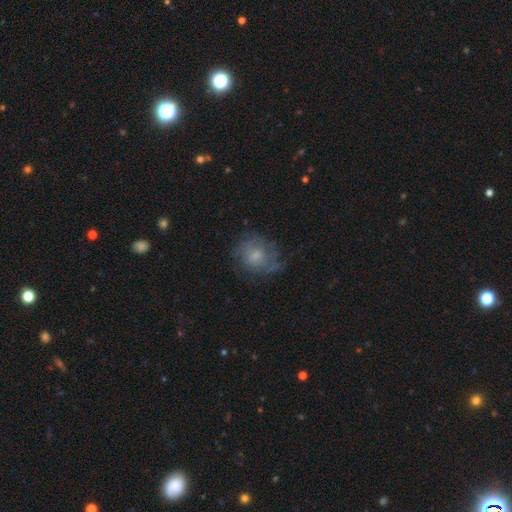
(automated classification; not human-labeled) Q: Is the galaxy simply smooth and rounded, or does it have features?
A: smooth — 48%.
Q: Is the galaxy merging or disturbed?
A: none — 58%.